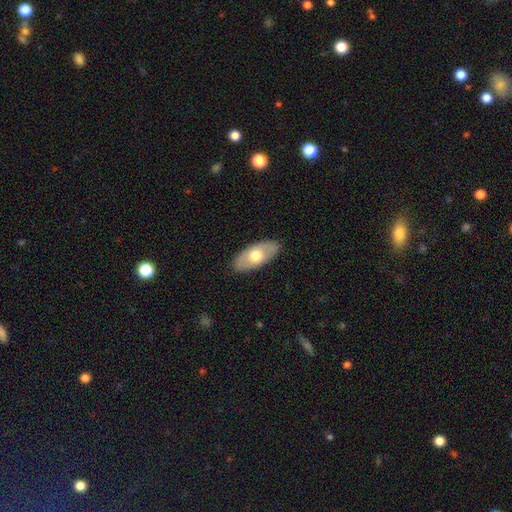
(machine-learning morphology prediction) Overall: smooth (58%; featured or disk 37%). How rounded: in between (91%). Merging: none (86%).